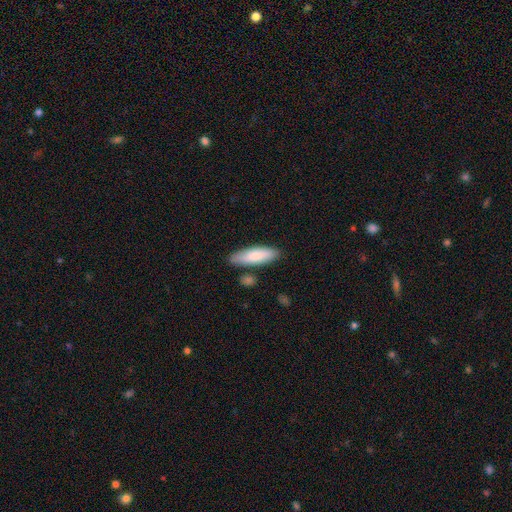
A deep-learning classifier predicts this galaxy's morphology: Smooth or featured? Predicted: smooth (p=0.81). How rounded? Predicted: cigar-shaped (p=0.53). Merging? Predicted: none (p=0.81).